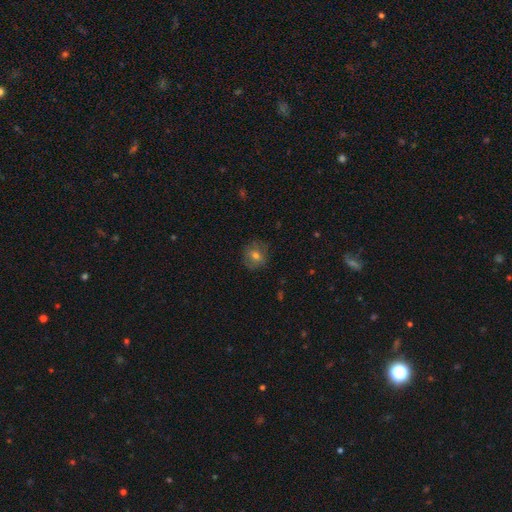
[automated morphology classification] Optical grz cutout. It shows a smooth galaxy with no disk features (62%) that is round (83%). Merging: none (79%).